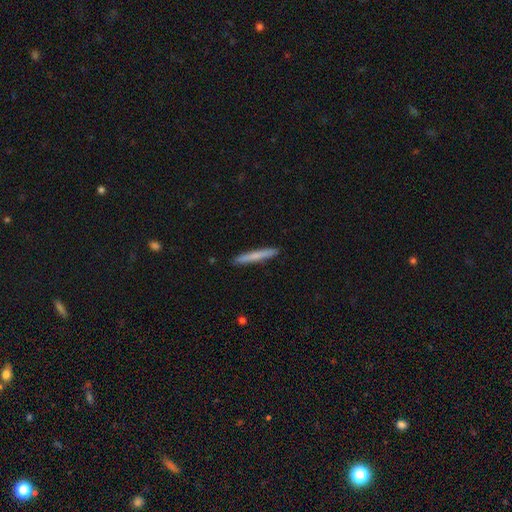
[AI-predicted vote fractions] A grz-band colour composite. It shows a smooth galaxy with no disk features (71%) that is cigar-shaped (96%). Merging: none (92%).